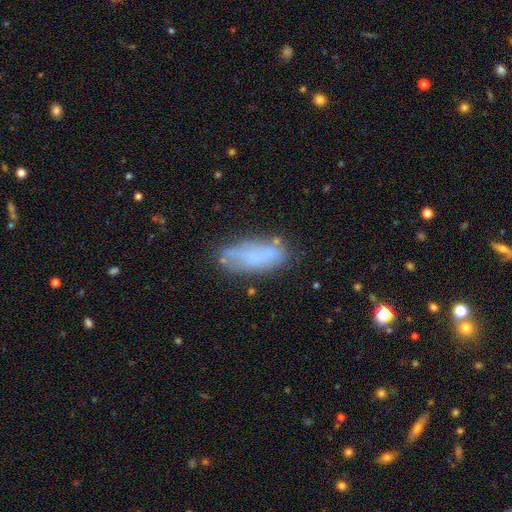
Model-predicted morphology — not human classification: Smooth or featured: smooth — 55% (featured or disk — 35%)
How rounded: in between — 68% (cigar-shaped — 29%)
Merging: none — 65% (minor disturbance — 22%)